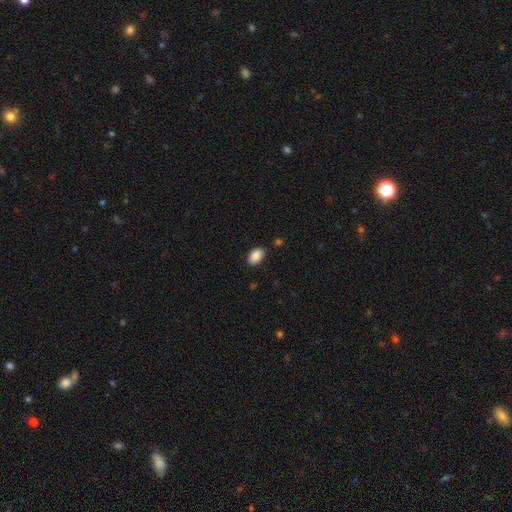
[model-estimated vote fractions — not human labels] Smooth or featured? smooth (89%)
How rounded? in between (92%)
Merging? none (85%)